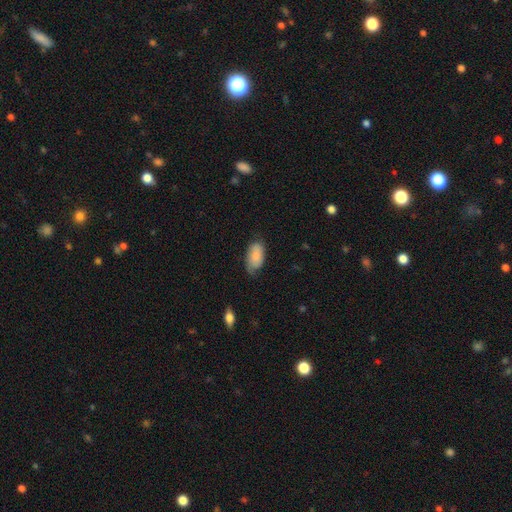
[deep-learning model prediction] smooth 80%, featured or disk 14%, star or artifact 6%. Down the decision tree: how rounded — in between (94%); merging — none (61%).